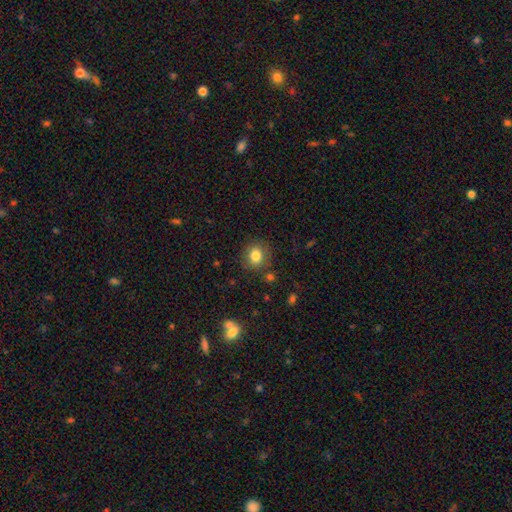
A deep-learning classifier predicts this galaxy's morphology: Q: Smooth or featured?
A: smooth (81%); runner-up: star or artifact (11%)
Q: How rounded?
A: round (72%); runner-up: in between (27%)
Q: Merging?
A: none (83%); runner-up: minor disturbance (11%)